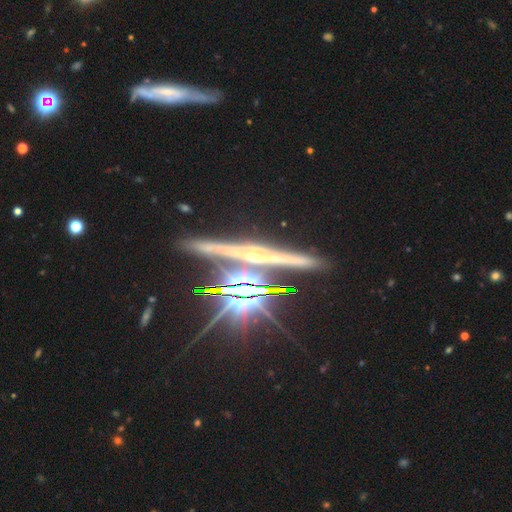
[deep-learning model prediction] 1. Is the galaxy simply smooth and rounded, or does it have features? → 59% featured or disk, 30% star or artifact, 11% smooth.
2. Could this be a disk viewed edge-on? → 94% yes, 6% no.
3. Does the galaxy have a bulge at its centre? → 62% rounded, 28% none, 10% boxy.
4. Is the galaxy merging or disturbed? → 80% none, 10% minor disturbance, 6% merger, 3% major disturbance.